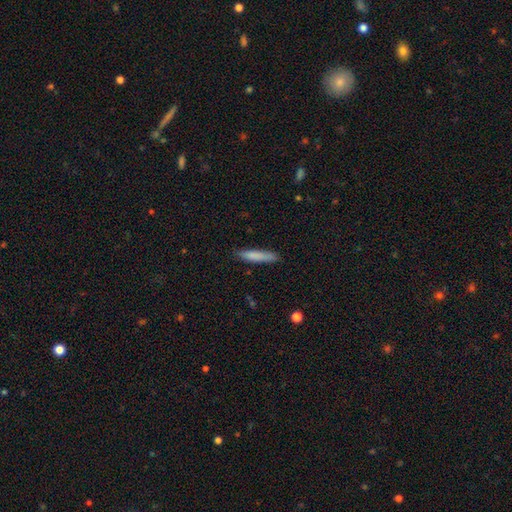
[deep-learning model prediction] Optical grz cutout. It shows a smooth galaxy with no disk features (82%) that is cigar-shaped (89%). Merging: none (84%).